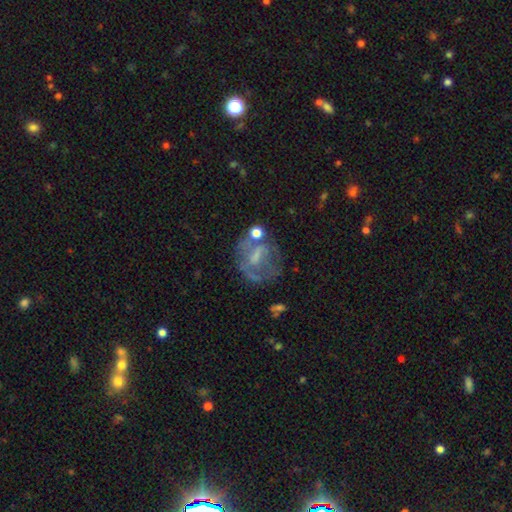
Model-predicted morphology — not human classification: Smooth or featured? Predicted: featured or disk (p=0.57). Edge-on disk? Predicted: no (p=0.96). Bar? Predicted: no (p=0.43). Spiral arms? Predicted: no (p=0.60). Bulge size? Predicted: none (p=0.38). Merging? Predicted: none (p=0.46).